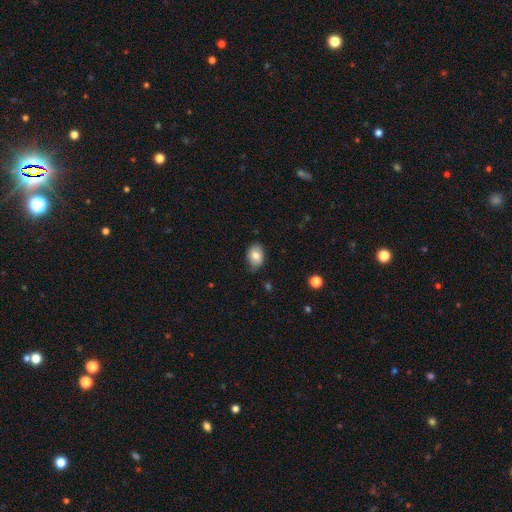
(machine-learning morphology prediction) The model was most divided on "merging": none: 74%, minor disturbance: 21%, major disturbance: 3%, merger: 1%. More confident: smooth or featured — smooth (79%); how rounded — in between (78%).